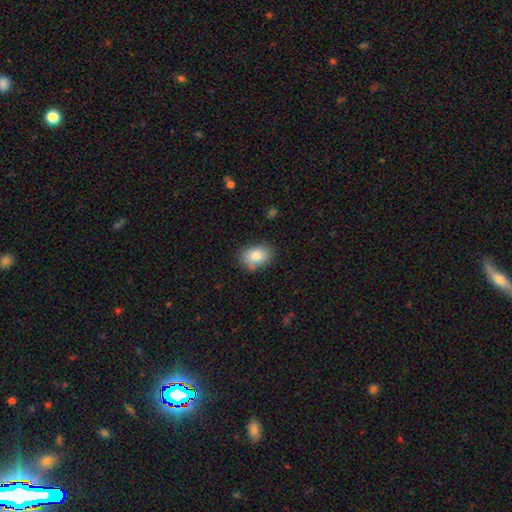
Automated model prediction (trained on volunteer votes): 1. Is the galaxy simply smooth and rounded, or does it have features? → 85% smooth, 8% star or artifact, 8% featured or disk.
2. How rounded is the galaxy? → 77% in between, 22% round, 1% cigar-shaped.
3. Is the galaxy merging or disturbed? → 77% none, 17% minor disturbance, 4% major disturbance, 3% merger.